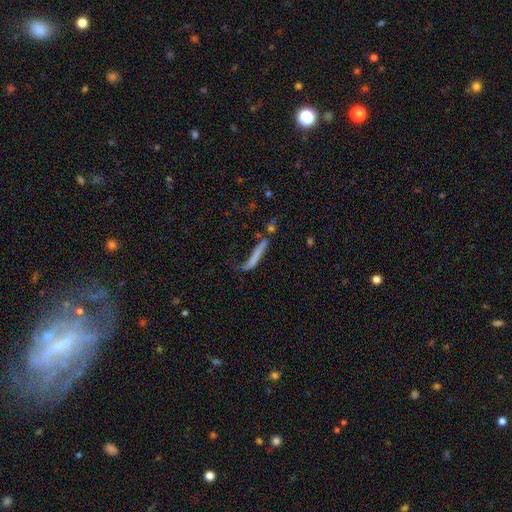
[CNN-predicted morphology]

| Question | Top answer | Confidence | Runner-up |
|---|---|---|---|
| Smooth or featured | smooth | 56% | featured or disk (33%) |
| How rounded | cigar-shaped | 91% | in between (6%) |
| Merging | none | 43% | major disturbance (22%) |